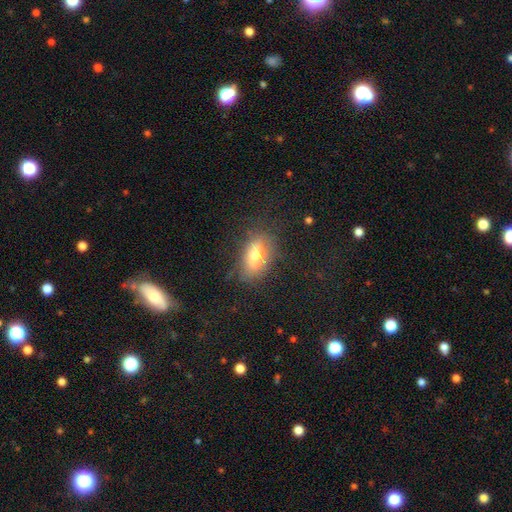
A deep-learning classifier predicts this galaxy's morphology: smooth_or_featured: smooth (p=0.70) [alt: featured or disk p=0.20]
how_rounded: in between (p=0.86) [alt: cigar-shaped p=0.07]
merging: none (p=0.71) [alt: minor disturbance p=0.19]